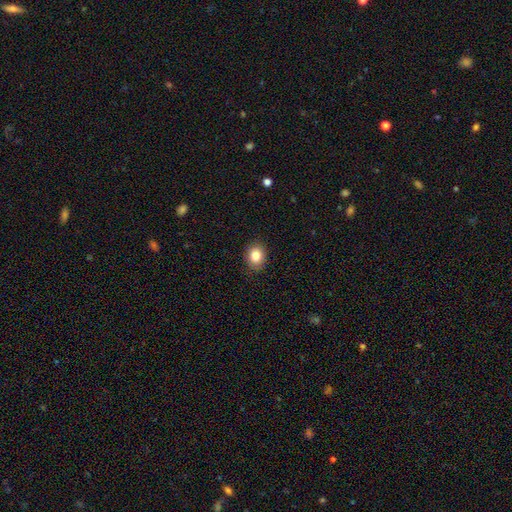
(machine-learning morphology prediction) Smooth or featured?
  - smooth: 84% *
  - star or artifact: 9%
  - featured or disk: 7%
How rounded?
  - round: 50% *
  - in between: 49%
  - cigar-shaped: 1%
Merging?
  - none: 89% *
  - minor disturbance: 8%
  - major disturbance: 2%
  - merger: 1%